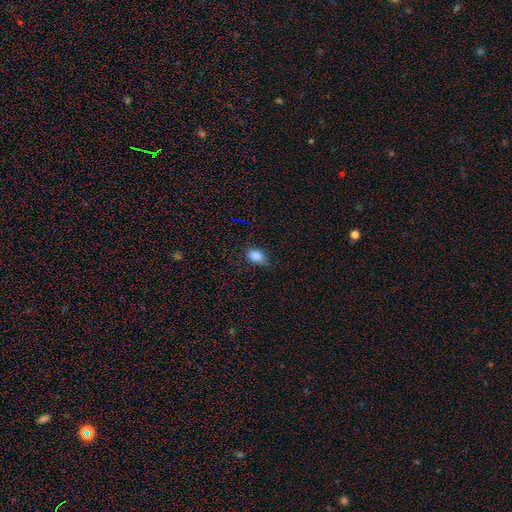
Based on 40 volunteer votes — Q: Smooth or featured?
A: smooth (92%); runner-up: star or artifact (5%)
Q: How rounded?
A: in between (76%); runner-up: round (24%)
Q: Merging?
A: none (74%); runner-up: minor disturbance (24%)